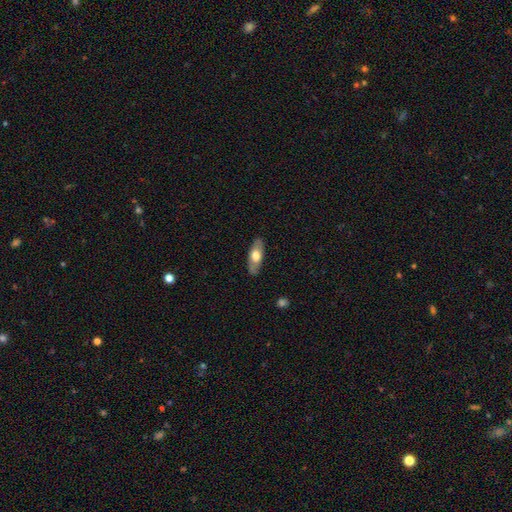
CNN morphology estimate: Smooth or featured? smooth (57%)
How rounded? in between (72%)
Merging? none (85%)